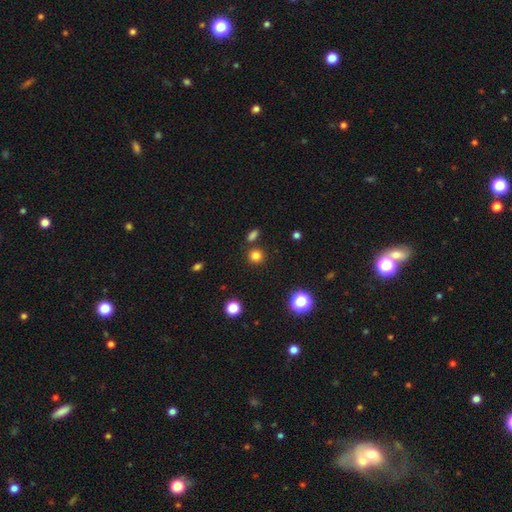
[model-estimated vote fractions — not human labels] Smooth or featured: smooth — 80% (star or artifact — 15%)
How rounded: round — 89% (in between — 10%)
Merging: none — 84% (minor disturbance — 7%)